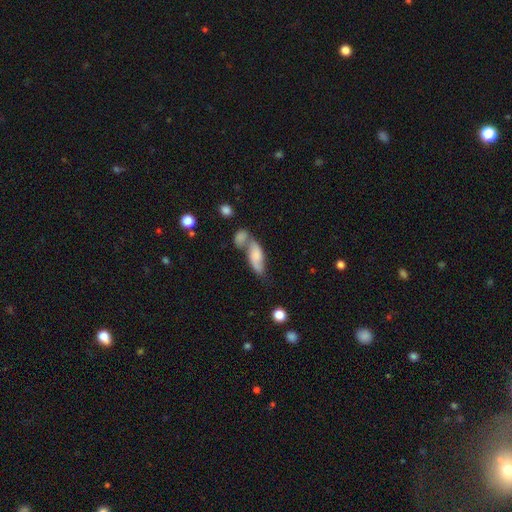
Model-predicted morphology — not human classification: This appears to be a smooth galaxy with no disk features (57%) that is in between round and cigar-shaped (71%). Merging: merger (47%).